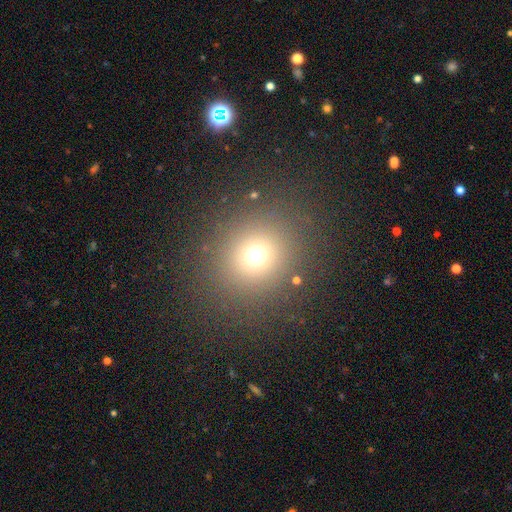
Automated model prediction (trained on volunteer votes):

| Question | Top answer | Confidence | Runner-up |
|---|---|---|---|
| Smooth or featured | smooth | 68% | star or artifact (24%) |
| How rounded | round | 90% | in between (9%) |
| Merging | none | 85% | minor disturbance (7%) |